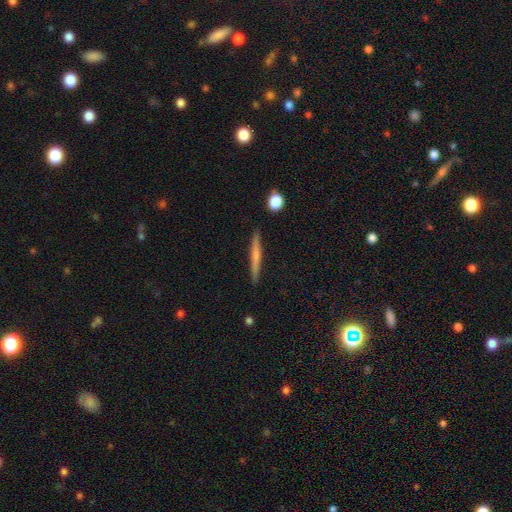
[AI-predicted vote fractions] Smooth or featured? smooth (53%)
How rounded? cigar-shaped (95%)
Merging? none (90%)